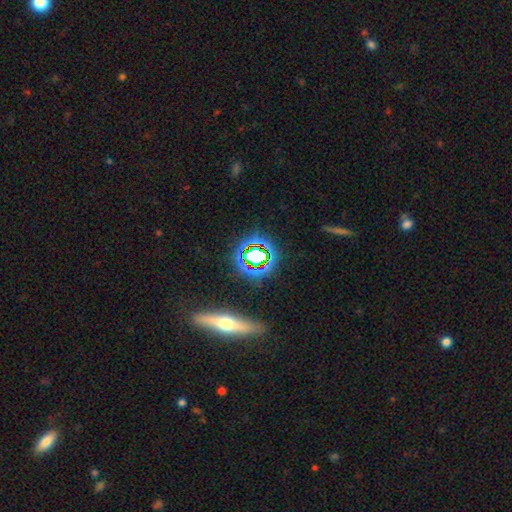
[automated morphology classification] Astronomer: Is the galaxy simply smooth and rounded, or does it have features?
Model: star or artifact — 65%.